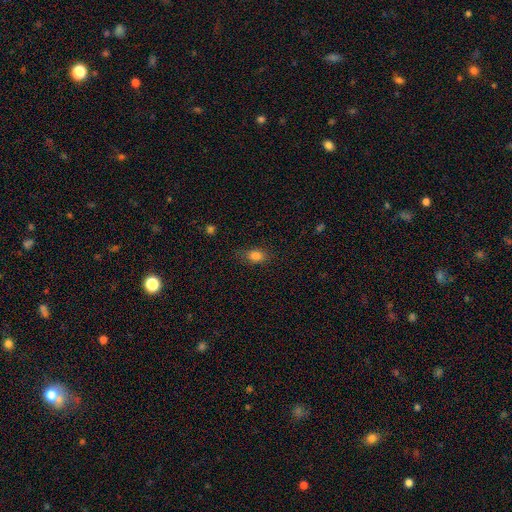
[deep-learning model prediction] Smooth or featured?
  - smooth: 83% *
  - star or artifact: 11%
  - featured or disk: 7%
How rounded?
  - in between: 76% *
  - round: 21%
  - cigar-shaped: 3%
Merging?
  - none: 77% *
  - minor disturbance: 17%
  - major disturbance: 5%
  - merger: 1%